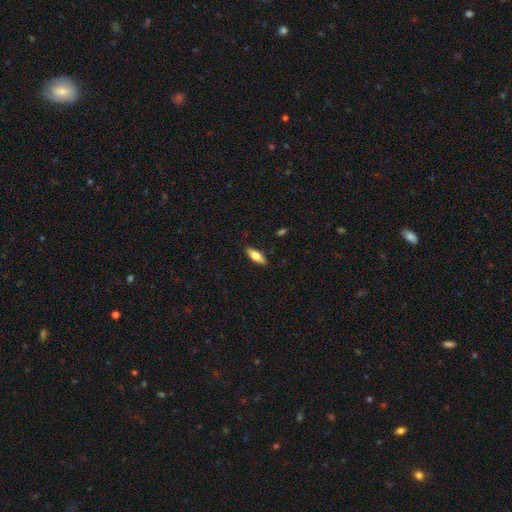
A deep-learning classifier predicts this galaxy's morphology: Smooth or featured? smooth (66%)
How rounded? in between (66%)
Merging? none (88%)